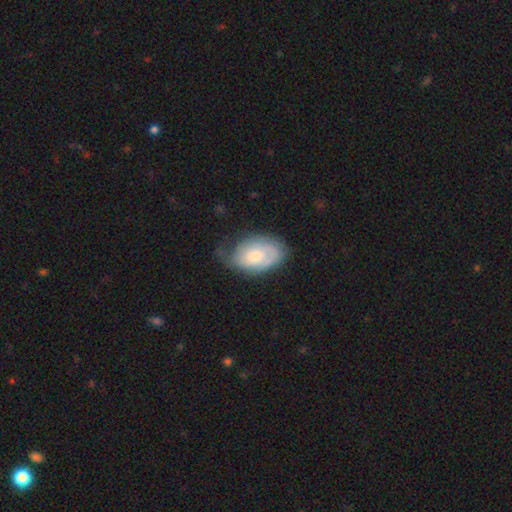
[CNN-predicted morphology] A featured or disk galaxy (48%). Merging: none (53%).